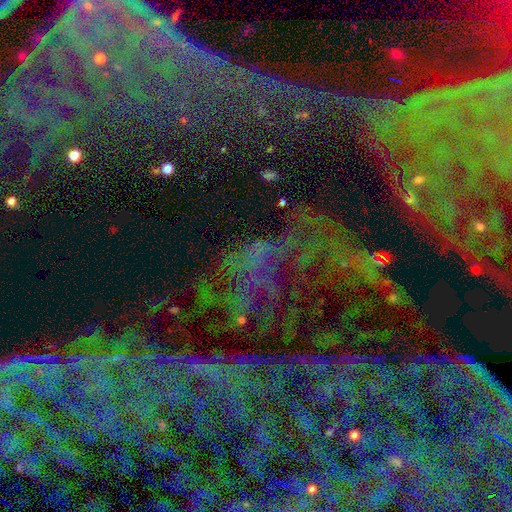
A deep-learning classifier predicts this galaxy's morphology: smooth-or-featured: star or artifact: 80% | featured or disk: 11% | smooth: 9%